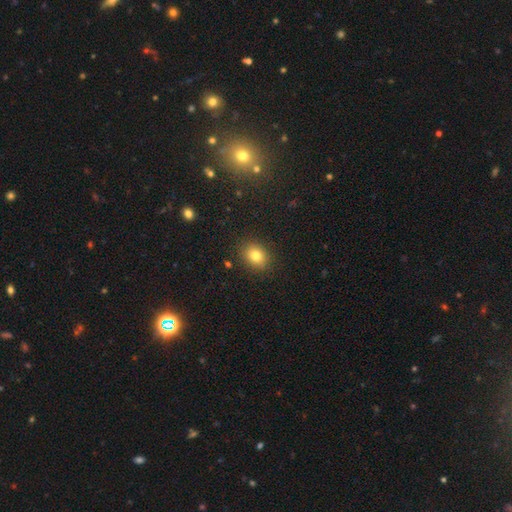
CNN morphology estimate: A smooth galaxy with no disk features (81%) that is in between round and cigar-shaped (51%).

Vote fractions:
- Smooth or featured? smooth: 81% / star or artifact: 11% / featured or disk: 8%
- How rounded? in between: 51% / round: 48% / cigar-shaped: 1%
- Merging? none: 87% / minor disturbance: 9% / major disturbance: 3% / merger: 1%